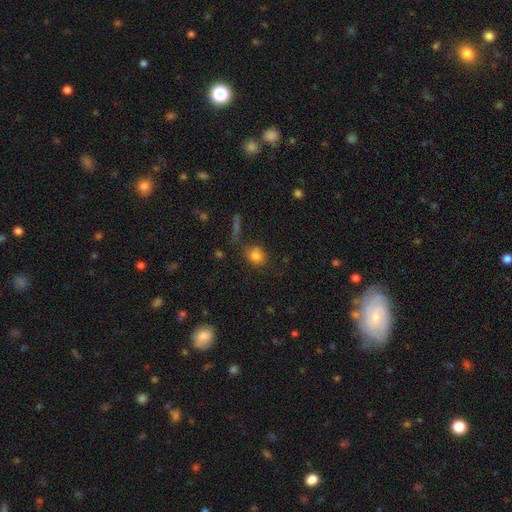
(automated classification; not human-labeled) This is clearly a smooth galaxy (81%). How rounded: likely round (67%). Merging: likely none (70%).